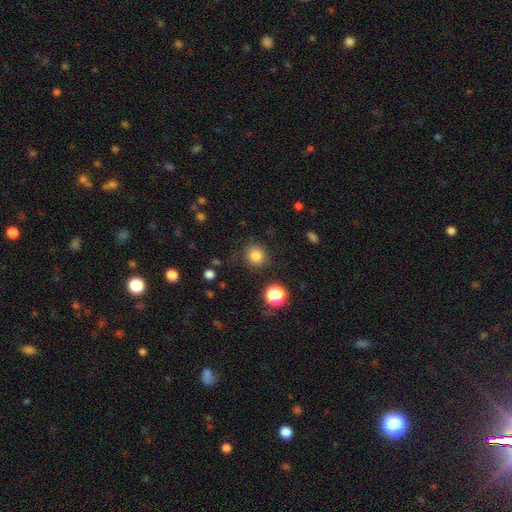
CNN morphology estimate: smooth_or_featured: smooth (p=0.82) [alt: star or artifact p=0.13]
how_rounded: round (p=0.88) [alt: in between p=0.11]
merging: none (p=0.85) [alt: minor disturbance p=0.09]